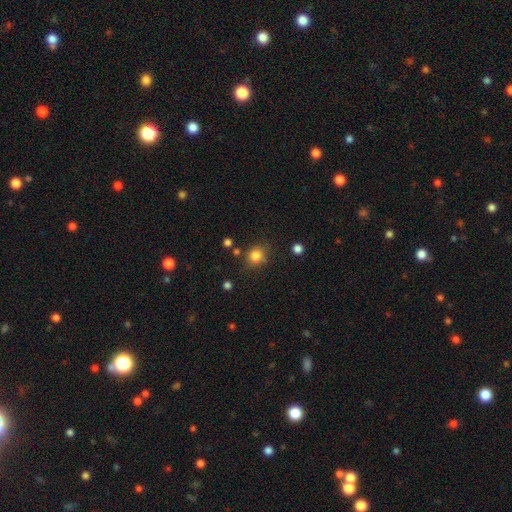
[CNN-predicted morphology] This appears to be a smooth galaxy with no disk features (82%) that is round (80%). Merging: none (75%).